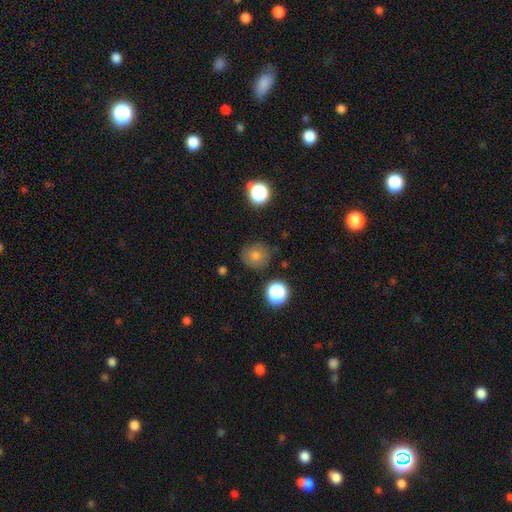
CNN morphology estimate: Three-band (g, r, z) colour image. It shows a smooth galaxy with no disk features (73%) that is round (88%). Merging: none (80%).